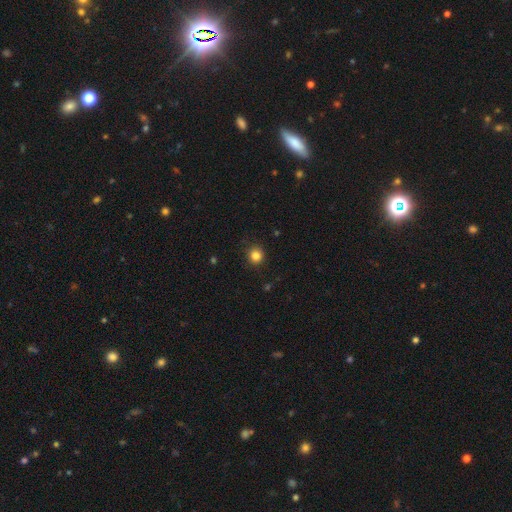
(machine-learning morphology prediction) Overall: smooth (84%). How rounded: round (93%). Merging: none (89%).